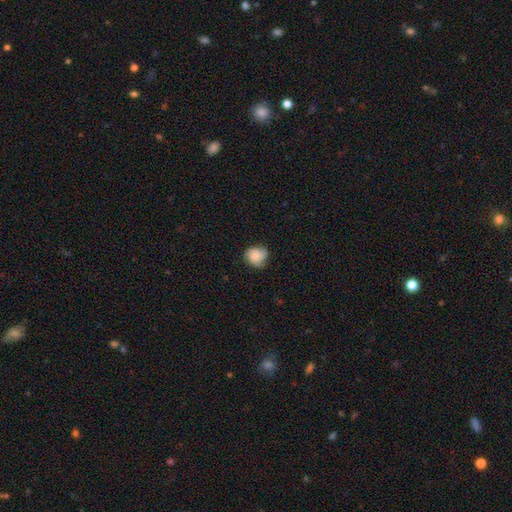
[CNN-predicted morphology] This is likely a smooth galaxy (61%). How rounded: likely round (70%). Merging: likely none (66%).